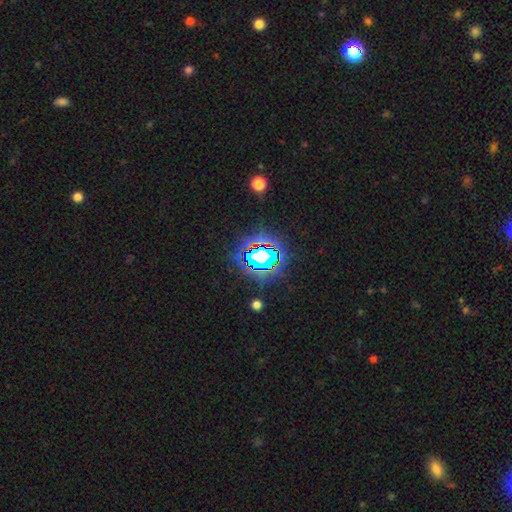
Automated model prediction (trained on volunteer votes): Smooth or featured: star or artifact — 72% (smooth — 15%)